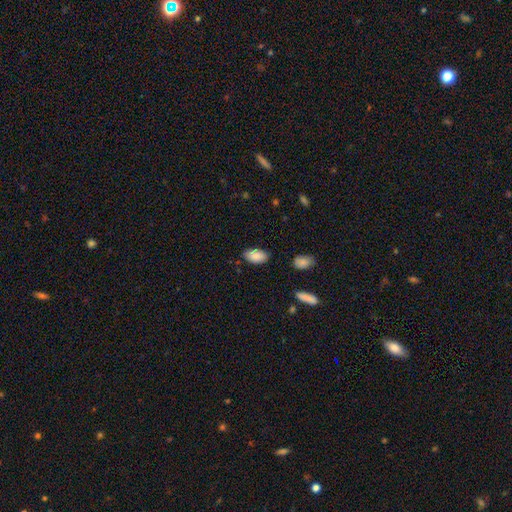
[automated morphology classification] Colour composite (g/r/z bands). It shows a smooth galaxy with no disk features (88%) that is in between round and cigar-shaped (95%). Merging: none (81%).